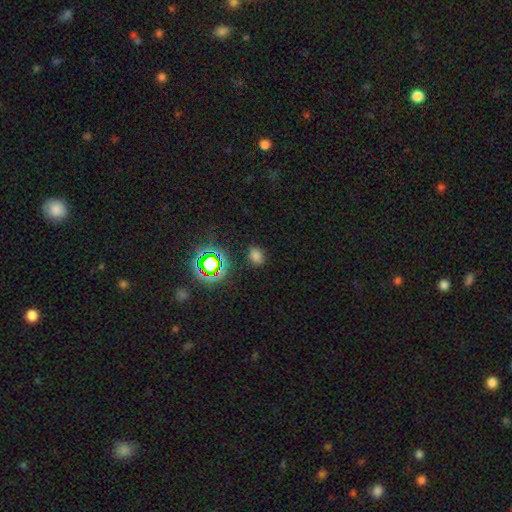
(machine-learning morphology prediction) Smooth or featured? Predicted: smooth (p=0.67). How rounded? Predicted: in between (p=0.64). Merging? Predicted: none (p=0.81).